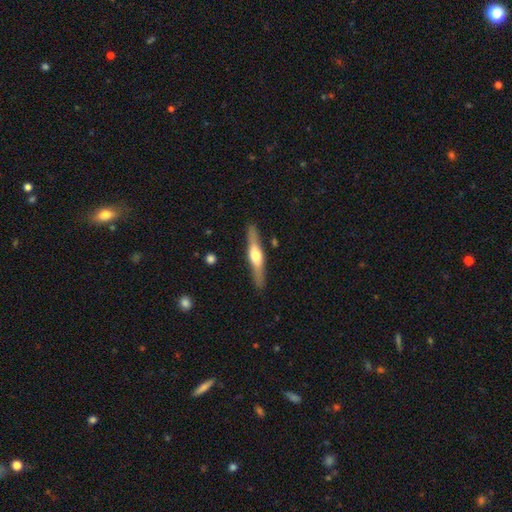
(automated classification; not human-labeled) The model was most divided on "smooth or featured": featured or disk: 62%, smooth: 33%, star or artifact: 5%. More confident: edge-on disk — yes (95%); edge-on bulge — rounded (89%); merging — none (88%).